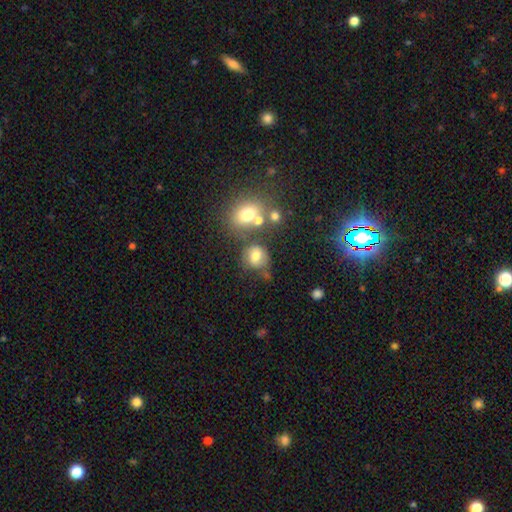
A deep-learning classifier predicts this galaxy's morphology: A smooth galaxy with no disk features (72%) that is round (71%).

Vote fractions:
- Smooth or featured? smooth: 72% / star or artifact: 14% / featured or disk: 14%
- How rounded? round: 71% / in between: 27% / cigar-shaped: 1%
- Merging? none: 53% / minor disturbance: 20% / merger: 17% / major disturbance: 9%